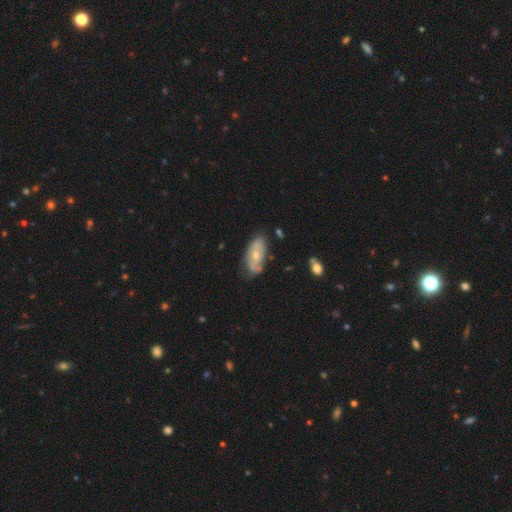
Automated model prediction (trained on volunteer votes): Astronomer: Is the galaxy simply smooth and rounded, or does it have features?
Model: featured or disk — 58% (runner-up: smooth, 35%).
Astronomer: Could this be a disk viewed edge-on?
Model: no — 87%.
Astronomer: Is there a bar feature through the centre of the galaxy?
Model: no — 80%.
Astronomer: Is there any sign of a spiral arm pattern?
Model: yes — 62% (runner-up: no, 38%).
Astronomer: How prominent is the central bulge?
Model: moderate — 50% (runner-up: small, 47%).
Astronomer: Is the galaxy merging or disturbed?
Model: none — 71%.